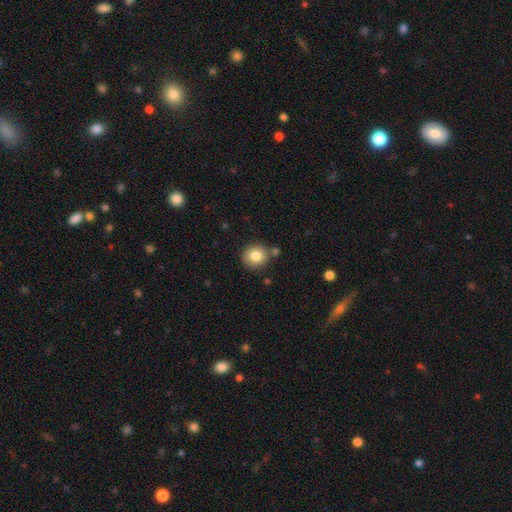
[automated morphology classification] type=smooth (82%); roundness=round (85%); merging=none (76%).